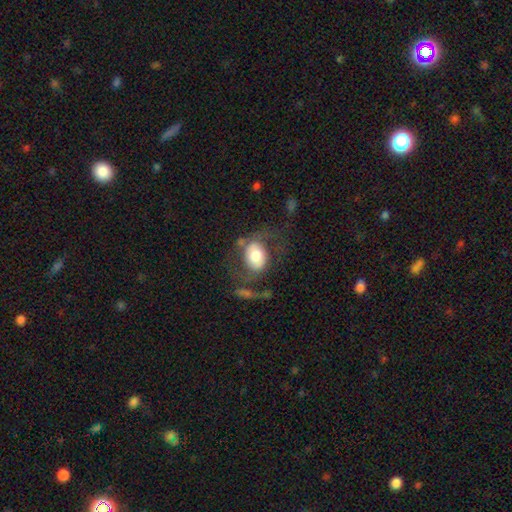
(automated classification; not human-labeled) Q: Smooth or featured?
A: smooth (52%); runner-up: featured or disk (41%)
Q: How rounded?
A: in between (67%); runner-up: round (32%)
Q: Merging?
A: none (46%); runner-up: major disturbance (29%)